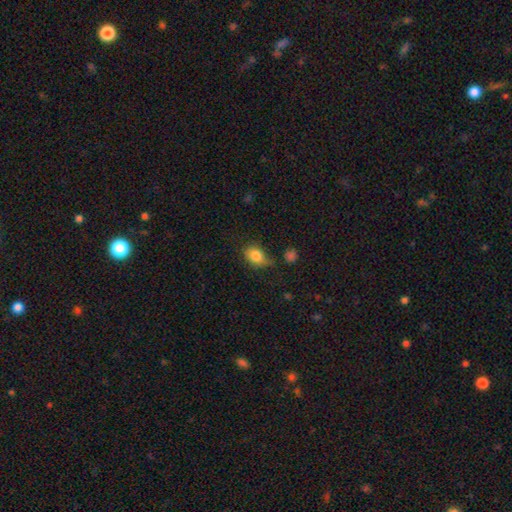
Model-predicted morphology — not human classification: Smooth or featured? Predicted: smooth (p=0.83). How rounded? Predicted: in between (p=0.70). Merging? Predicted: none (p=0.60).